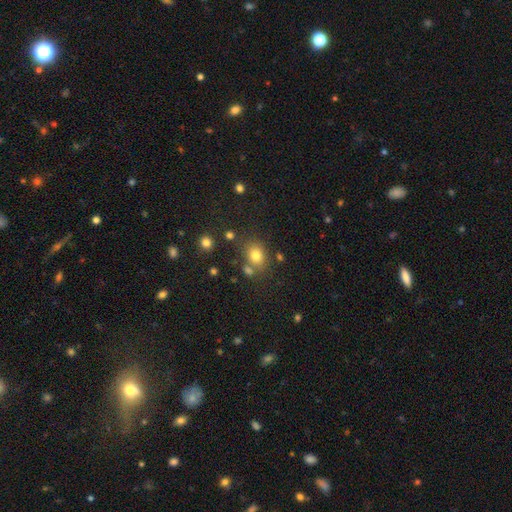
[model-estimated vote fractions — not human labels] Q: Smooth or featured?
A: smooth (77%); runner-up: star or artifact (14%)
Q: How rounded?
A: round (52%); runner-up: in between (47%)
Q: Merging?
A: none (69%); runner-up: merger (13%)